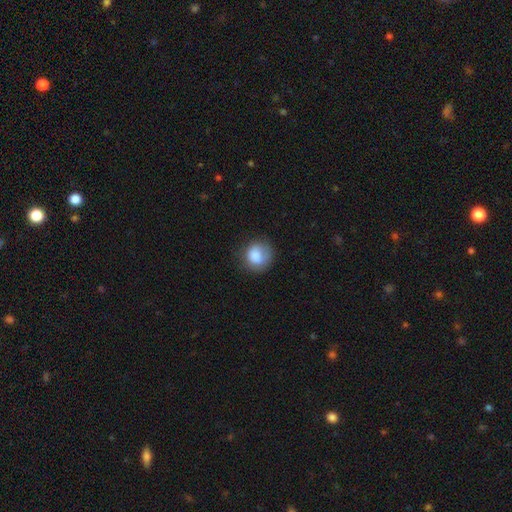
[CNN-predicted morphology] smooth_or_featured: smooth (p=0.83) [alt: featured or disk p=0.09]
how_rounded: round (p=0.81) [alt: in between p=0.18]
merging: none (p=0.65) [alt: minor disturbance p=0.22]